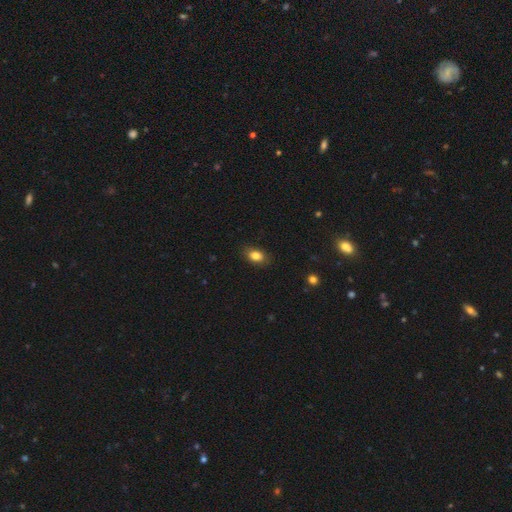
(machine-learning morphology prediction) This appears to be a smooth galaxy with no disk features (83%) that is in between round and cigar-shaped (85%). Merging: none (86%).